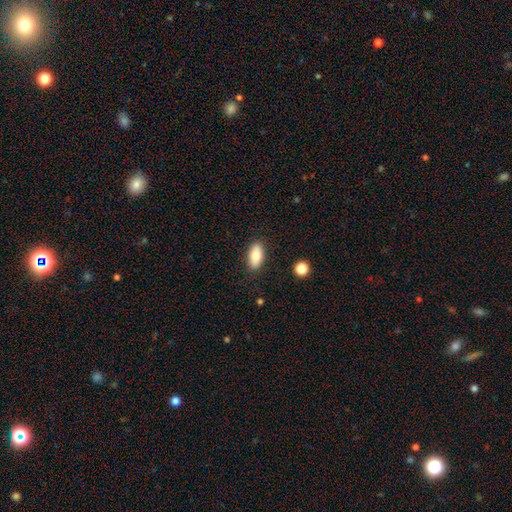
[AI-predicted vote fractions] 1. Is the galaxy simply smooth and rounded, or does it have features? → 79% smooth, 14% featured or disk, 7% star or artifact.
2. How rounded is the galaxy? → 88% in between, 9% cigar-shaped, 3% round.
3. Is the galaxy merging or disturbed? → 87% none, 9% minor disturbance, 2% major disturbance, 1% merger.